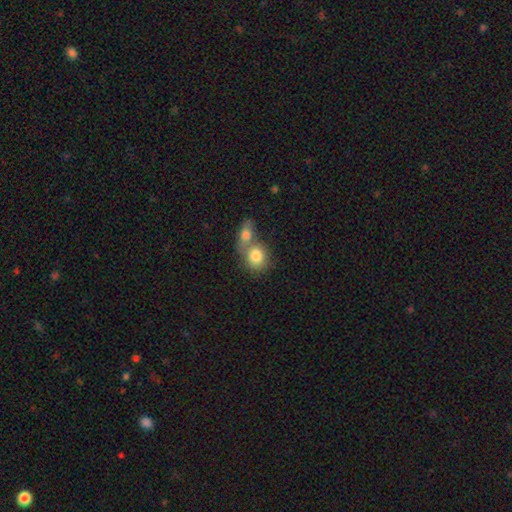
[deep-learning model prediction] Smooth or featured: smooth — 81% (featured or disk — 12%)
How rounded: round — 63% (in between — 36%)
Merging: merger — 63% (none — 27%)